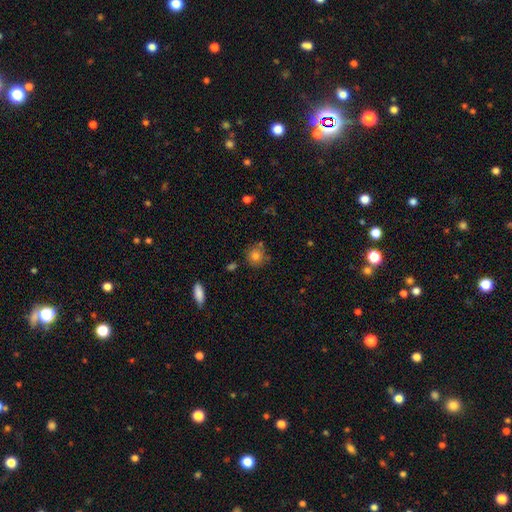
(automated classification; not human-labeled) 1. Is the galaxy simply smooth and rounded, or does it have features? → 80% smooth, 11% star or artifact, 9% featured or disk.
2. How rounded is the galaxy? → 87% round, 12% in between, 1% cigar-shaped.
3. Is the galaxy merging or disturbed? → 73% none, 15% minor disturbance, 8% merger, 4% major disturbance.